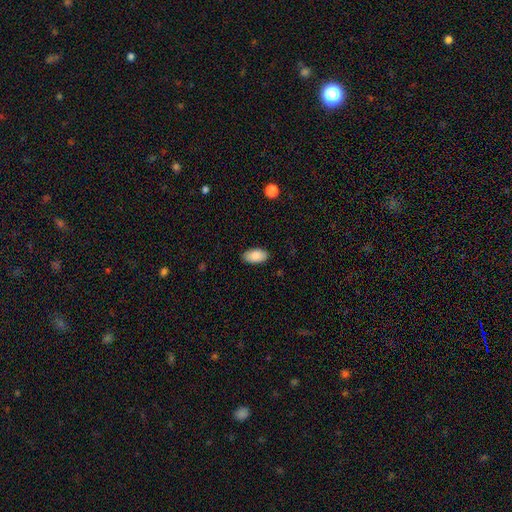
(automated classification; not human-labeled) smooth 88%, star or artifact 7%, featured or disk 5%. Down the decision tree: how rounded — in between (95%); merging — none (87%).